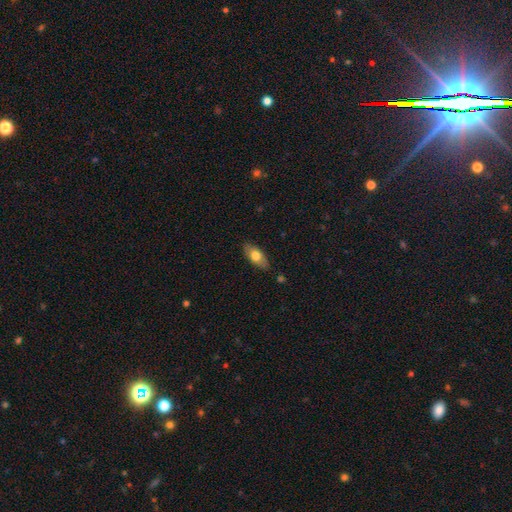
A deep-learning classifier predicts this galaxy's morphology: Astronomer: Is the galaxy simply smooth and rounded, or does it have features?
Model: smooth — 70%.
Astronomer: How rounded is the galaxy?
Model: in between — 86%.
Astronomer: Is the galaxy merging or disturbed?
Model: none — 84%.